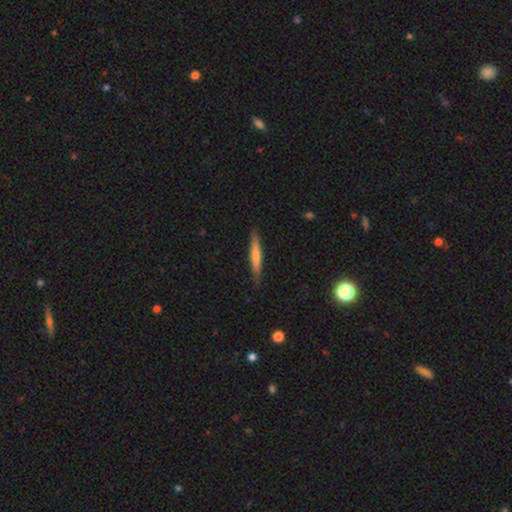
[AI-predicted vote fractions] This is likely a smooth galaxy (64%). How rounded: clearly cigar-shaped (93%). Merging: clearly none (86%).